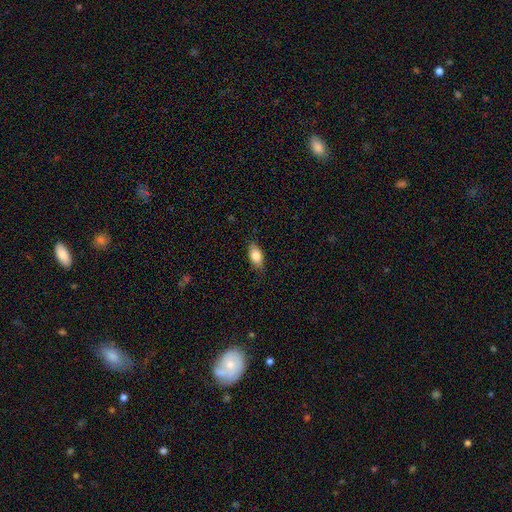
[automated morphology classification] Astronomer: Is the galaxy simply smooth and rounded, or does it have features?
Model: smooth — 80%.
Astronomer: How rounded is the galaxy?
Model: in between — 86%.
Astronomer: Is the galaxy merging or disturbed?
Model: none — 80%.